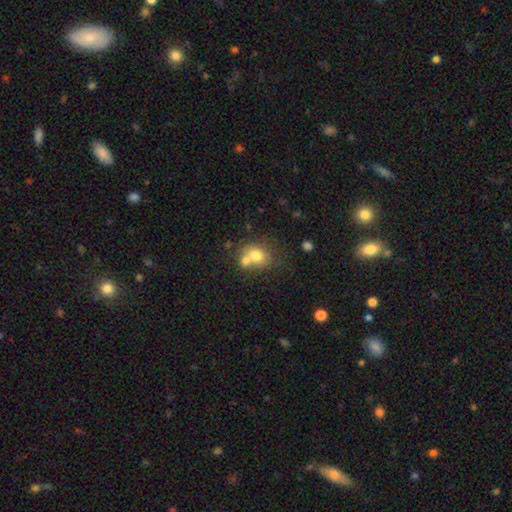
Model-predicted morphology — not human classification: Smooth or featured?
  - smooth: 72% *
  - featured or disk: 17%
  - star or artifact: 11%
How rounded?
  - round: 63% *
  - in between: 36%
  - cigar-shaped: 1%
Merging?
  - merger: 49% *
  - none: 37%
  - minor disturbance: 10%
  - major disturbance: 5%